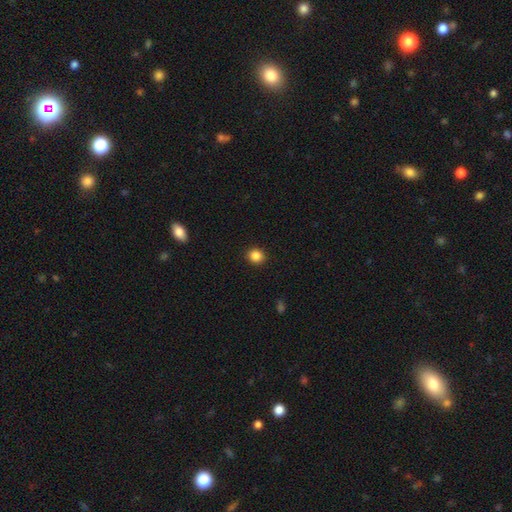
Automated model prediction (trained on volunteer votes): A smooth galaxy with no disk features (86%) that is round (84%).

Vote fractions:
- Smooth or featured? smooth: 86% / star or artifact: 11% / featured or disk: 3%
- How rounded? round: 84% / in between: 15% / cigar-shaped: 1%
- Merging? none: 92% / minor disturbance: 6% / major disturbance: 2% / merger: 1%